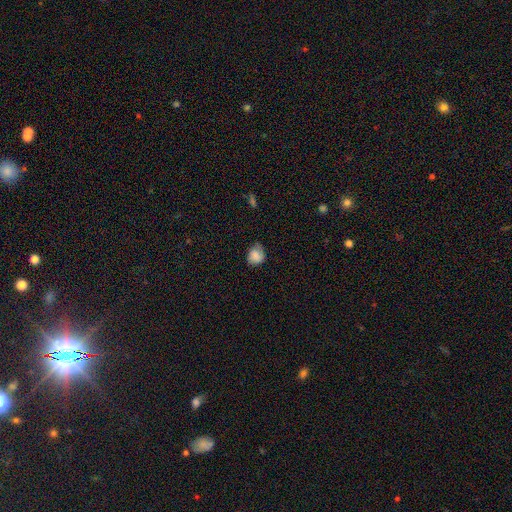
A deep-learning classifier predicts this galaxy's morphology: A smooth galaxy with no disk features (81%) that is round (64%).

Vote fractions:
- Smooth or featured? smooth: 81% / featured or disk: 11% / star or artifact: 9%
- How rounded? round: 64% / in between: 35% / cigar-shaped: 1%
- Merging? none: 55% / minor disturbance: 35% / major disturbance: 8% / merger: 2%